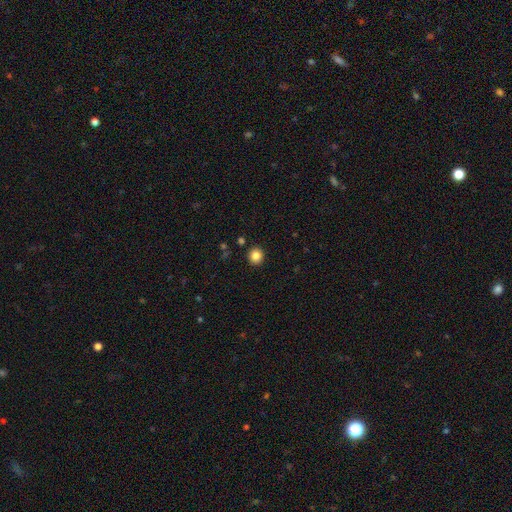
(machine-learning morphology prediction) A smooth galaxy with no disk features (84%) that is round (87%).

Vote fractions:
- Smooth or featured? smooth: 84% / star or artifact: 11% / featured or disk: 5%
- How rounded? round: 87% / in between: 12% / cigar-shaped: 1%
- Merging? none: 91% / minor disturbance: 6% / major disturbance: 2% / merger: 2%